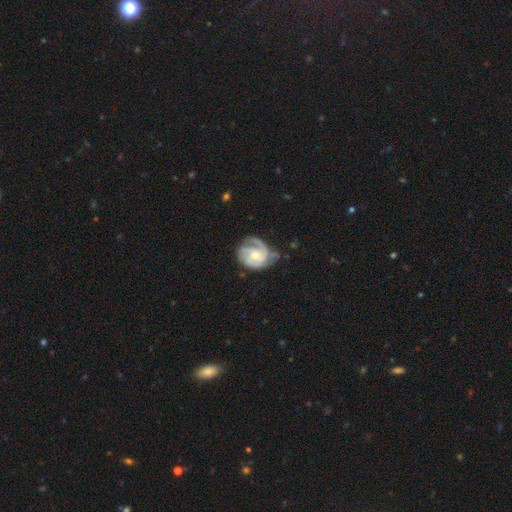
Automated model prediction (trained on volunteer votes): Smooth or featured? featured or disk (83%)
Edge-on disk? no (98%)
Bar? no (66%)
Spiral arms? yes (95%)
Spiral winding? tight (50%)
Spiral arm count? 3 (37%)
Bulge size? small (52%)
Merging? none (54%)